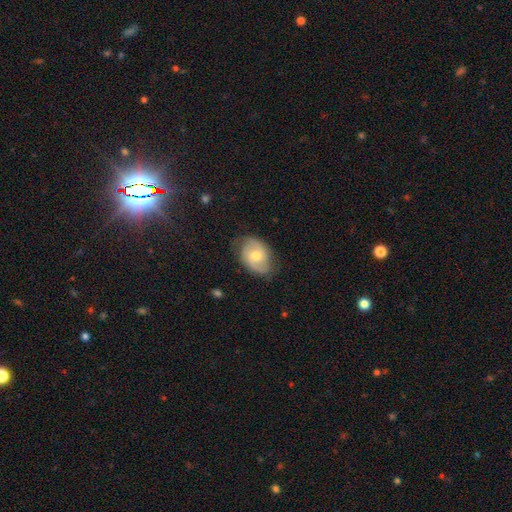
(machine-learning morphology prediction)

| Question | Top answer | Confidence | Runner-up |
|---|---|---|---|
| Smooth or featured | featured or disk | 61% | smooth (33%) |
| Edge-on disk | no | 96% | yes (4%) |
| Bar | no | 60% | weak (33%) |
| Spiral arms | yes | 84% | no (16%) |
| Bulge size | moderate | 68% | small (26%) |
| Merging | none | 73% | minor disturbance (20%) |